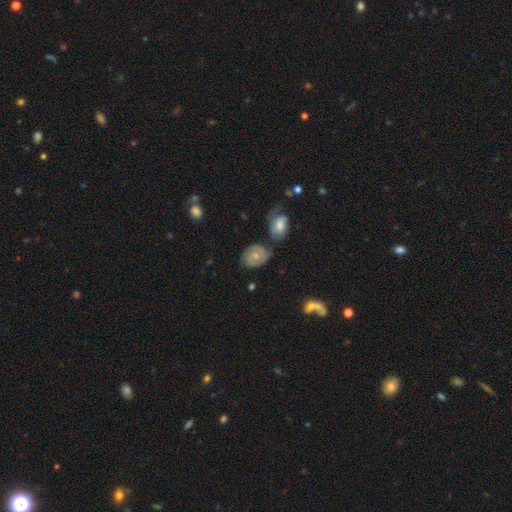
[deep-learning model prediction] This appears to be a featured or disk galaxy (59%) with no bar (76%), spiral arms (83%) and a moderate central bulge (50%). Merging: none (56%).